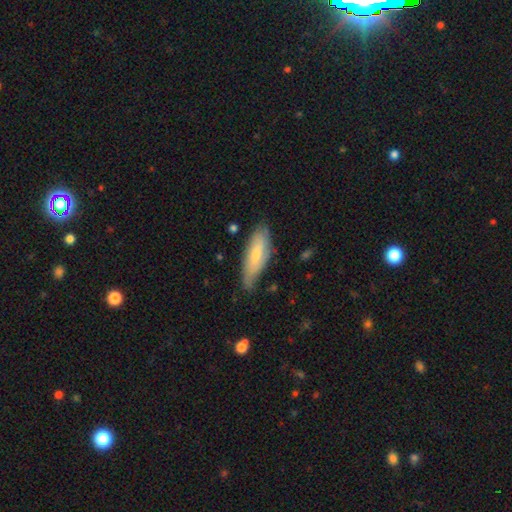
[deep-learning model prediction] The model was most divided on "how rounded": in between: 59%, cigar-shaped: 39%, round: 2%. More confident: merging — none (66%); smooth or featured — smooth (62%).